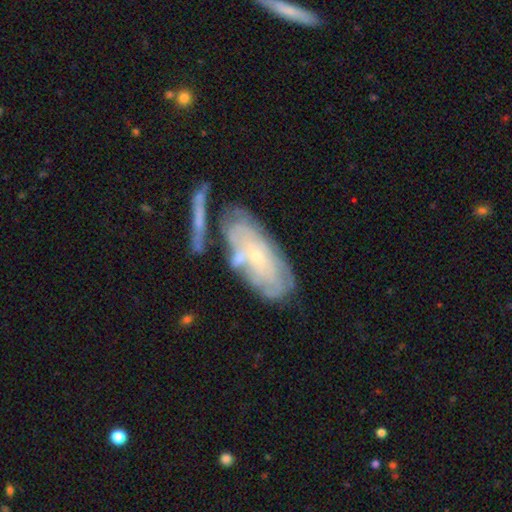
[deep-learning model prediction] Smooth or featured?
  - featured or disk: 62% *
  - smooth: 31%
  - star or artifact: 7%
Edge-on disk?
  - no: 88% *
  - yes: 12%
Bar?
  - no: 82% *
  - weak: 14%
  - strong: 4%
Spiral arms?
  - yes: 67% *
  - no: 33%
Bulge size?
  - small: 80% *
  - moderate: 15%
  - none: 3%
  - large: 1%
  - dominant: 1%
Merging?
  - none: 51% *
  - merger: 20%
  - minor disturbance: 20%
  - major disturbance: 9%